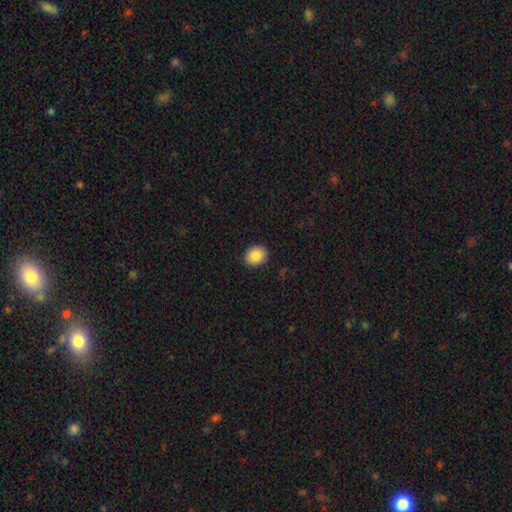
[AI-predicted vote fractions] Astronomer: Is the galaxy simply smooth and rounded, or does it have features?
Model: smooth — 88%.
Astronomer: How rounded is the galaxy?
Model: round — 66%.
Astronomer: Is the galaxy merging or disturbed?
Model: none — 91%.